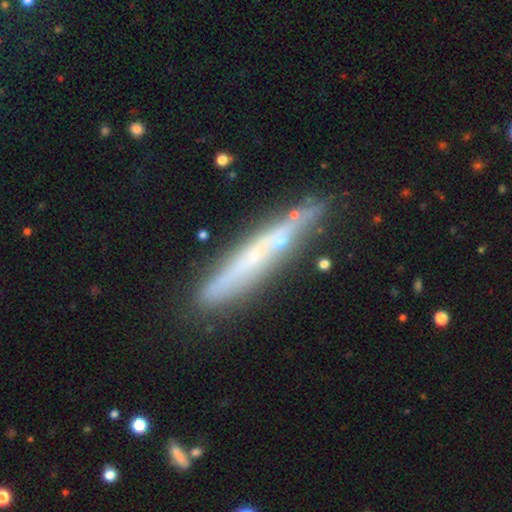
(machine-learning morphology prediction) Smooth or featured: featured or disk — 63% (smooth — 29%)
Edge-on disk: yes — 87% (no — 13%)
Edge-on bulge: none — 72% (rounded — 22%)
Merging: none — 79% (minor disturbance — 14%)